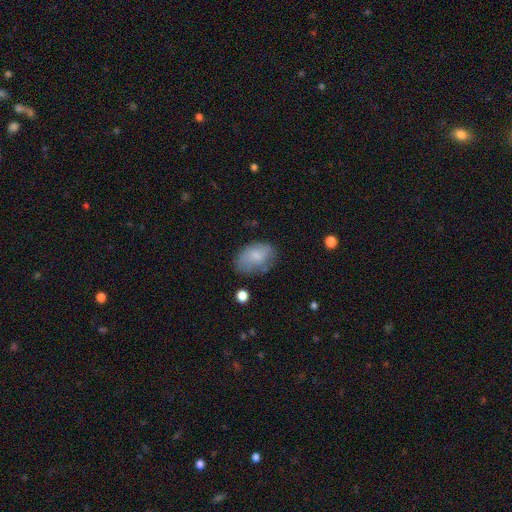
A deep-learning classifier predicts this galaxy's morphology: A smooth galaxy with no disk features (77%) that is in between round and cigar-shaped (89%).

Vote fractions:
- Smooth or featured? smooth: 77% / featured or disk: 15% / star or artifact: 7%
- How rounded? in between: 89% / round: 10% / cigar-shaped: 1%
- Merging? none: 64% / minor disturbance: 25% / major disturbance: 8% / merger: 3%